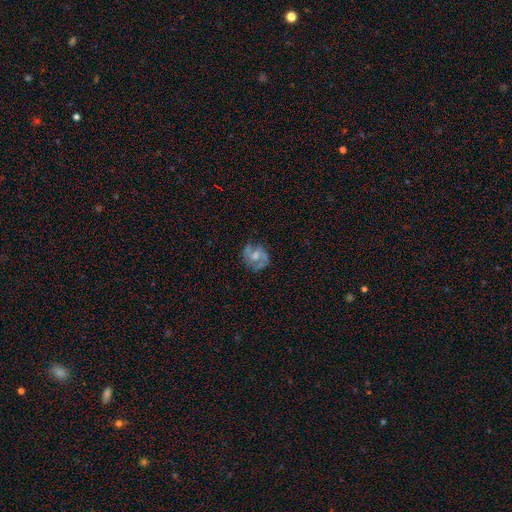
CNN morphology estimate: This appears to be a featured or disk galaxy (60%) with no bar (64%), spiral arms (70%) and a moderate central bulge (48%). Merging: none (62%).